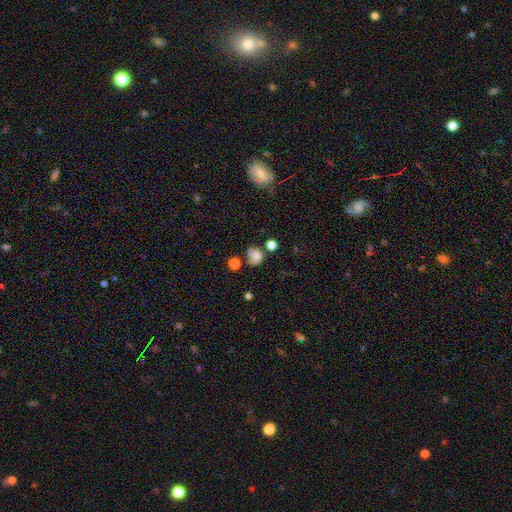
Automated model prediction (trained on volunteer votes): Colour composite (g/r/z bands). It shows a smooth galaxy with no disk features (75%) that is round (65%). Merging: none (51%).